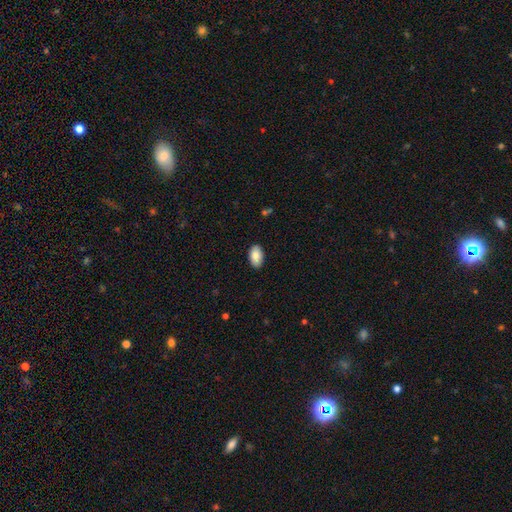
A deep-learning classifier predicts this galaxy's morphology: This is clearly a smooth galaxy (87%). How rounded: clearly in between (94%). Merging: clearly none (88%).